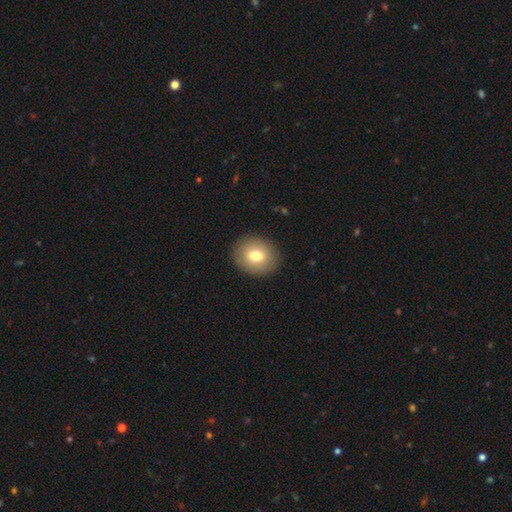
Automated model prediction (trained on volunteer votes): This appears to be a smooth galaxy with no disk features (76%) that is round (70%). Merging: none (90%).